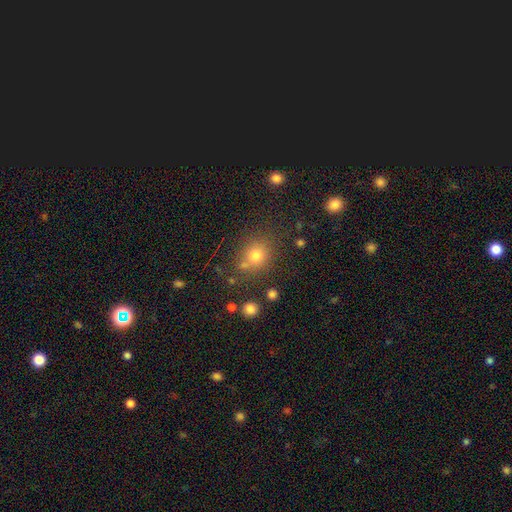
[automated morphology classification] This appears to be a smooth galaxy with no disk features (74%) that is round (79%). Merging: none (71%).